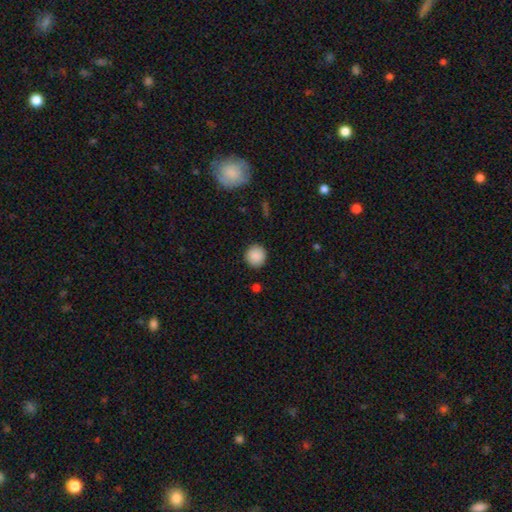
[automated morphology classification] The model was most divided on "smooth or featured": smooth: 89%, star or artifact: 8%, featured or disk: 3%. More confident: how rounded — round (93%); merging — none (91%).